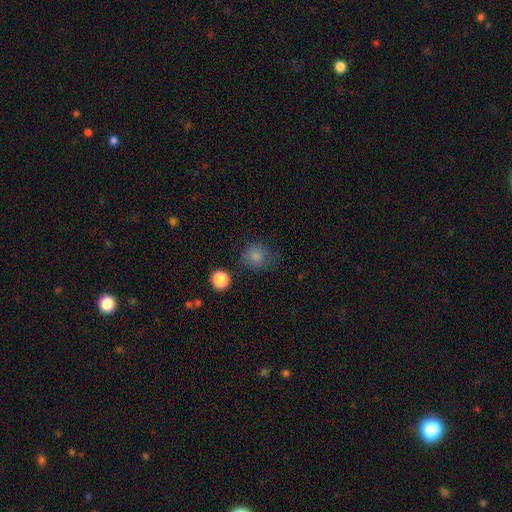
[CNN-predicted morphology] smooth_or_featured: smooth (p=0.81) [alt: star or artifact p=0.13]
how_rounded: round (p=0.79) [alt: in between p=0.20]
merging: none (p=0.69) [alt: minor disturbance p=0.20]